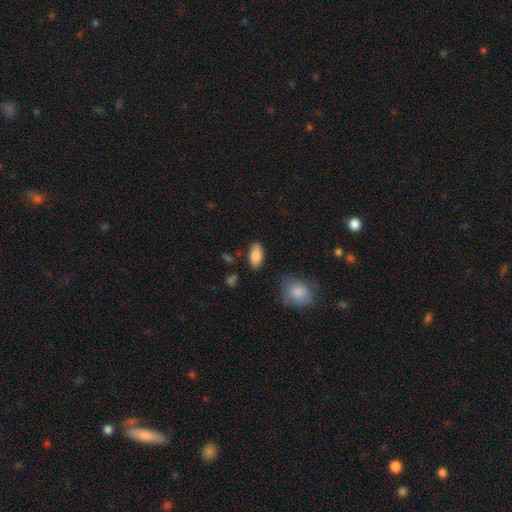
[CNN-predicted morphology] Smooth or featured? smooth (85%)
How rounded? in between (94%)
Merging? none (83%)